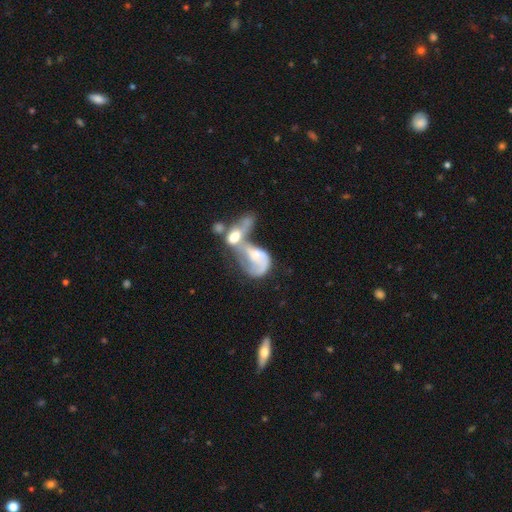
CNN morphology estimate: The model was most divided on "bulge size": moderate: 46%, small: 35%, none: 10%, large: 7%, dominant: 2%. Remaining: edge-on disk — no (95%); merging — merger (77%); spiral arms — yes (75%); smooth or featured — featured or disk (70%); bar — no (63%); spiral arm count — 2 (52%); spiral winding — loose (49%).